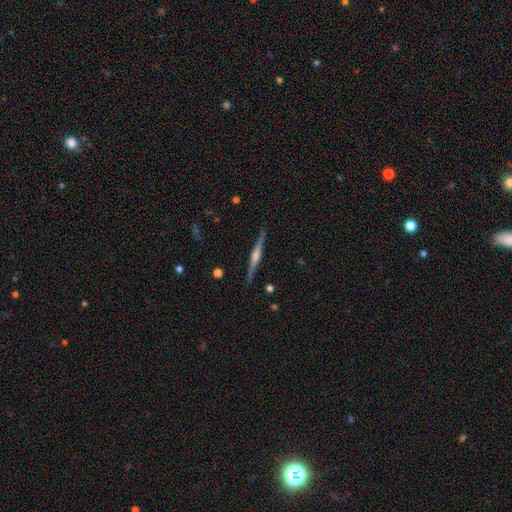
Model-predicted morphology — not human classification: smooth_or_featured: featured or disk (p=0.80) [alt: smooth p=0.15]
disk_edge_on: yes (p=0.98) [alt: no p=0.02]
edge_on_bulge: rounded (p=0.73) [alt: boxy p=0.19]
merging: none (p=0.91) [alt: minor disturbance p=0.06]